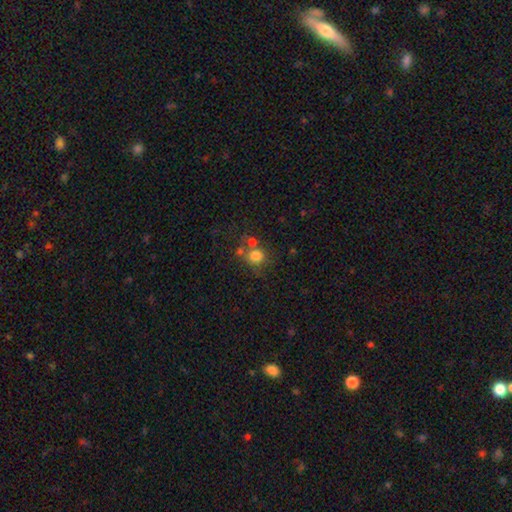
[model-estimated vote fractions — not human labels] The model was most divided on "merging": none: 54%, merger: 27%, minor disturbance: 12%, major disturbance: 7%. More confident: how rounded — round (81%); smooth or featured — smooth (76%).